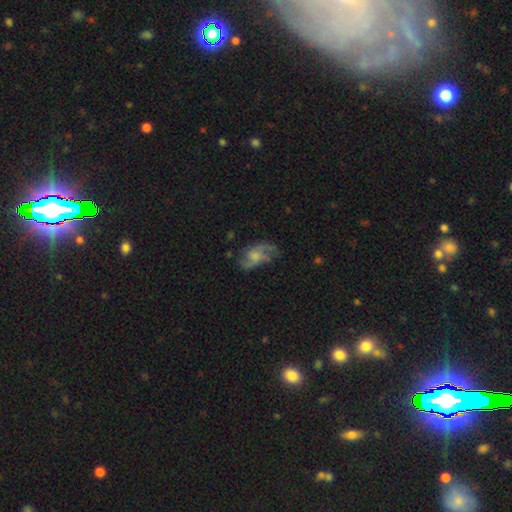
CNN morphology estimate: smooth-or-featured: featured or disk: 57% | smooth: 34% | star or artifact: 9%
  disk-edge-on: no: 96% | yes: 4%
    bar: no: 67% | weak: 28% | strong: 4%
    has-spiral-arms: yes: 76% | no: 24%
    bulge-size: moderate: 31% (tied) | none: 31% (tied) | small: 27% | large: 10% | dominant: 2%
  merging: none: 48% | minor disturbance: 25% | major disturbance: 24% | merger: 3%